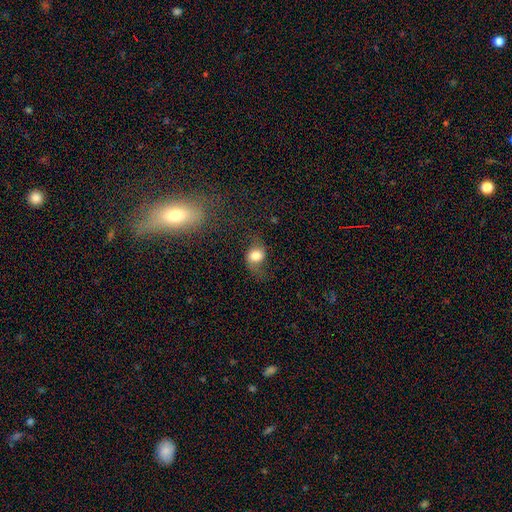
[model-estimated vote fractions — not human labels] Smooth or featured?
  - smooth: 58% *
  - featured or disk: 32%
  - star or artifact: 10%
How rounded?
  - in between: 50% *
  - round: 48%
  - cigar-shaped: 2%
Merging?
  - none: 53% *
  - minor disturbance: 25%
  - major disturbance: 19%
  - merger: 3%